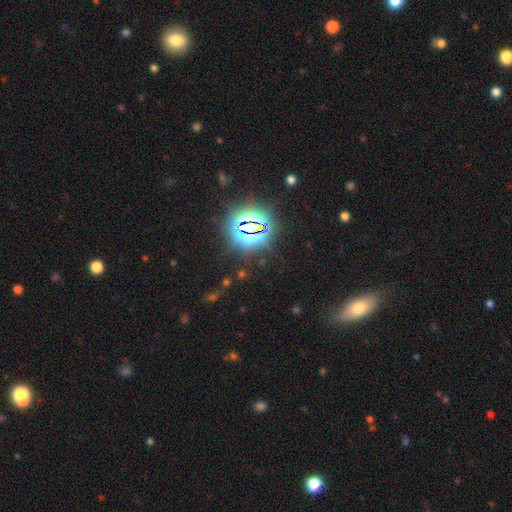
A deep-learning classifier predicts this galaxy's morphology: Smooth or featured?
  - star or artifact: 66% *
  - smooth: 19%
  - featured or disk: 15%